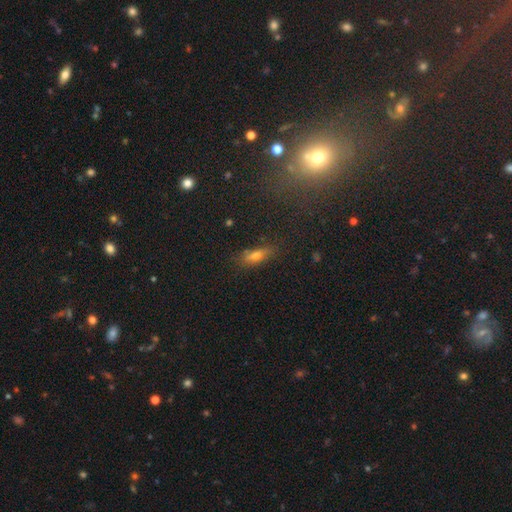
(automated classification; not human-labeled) This appears to be a smooth galaxy with no disk features (61%) that is in between round and cigar-shaped (54%). Merging: none (74%).